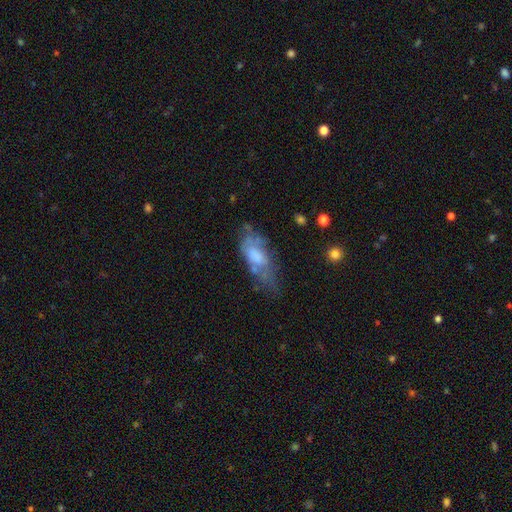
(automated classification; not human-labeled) Smooth or featured? Predicted: smooth (p=0.49). Merging? Predicted: none (p=0.39).